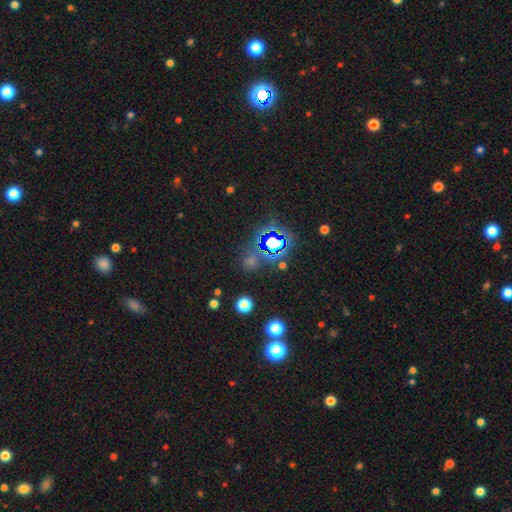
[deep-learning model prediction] Smooth or featured? Predicted: star or artifact (p=0.77).